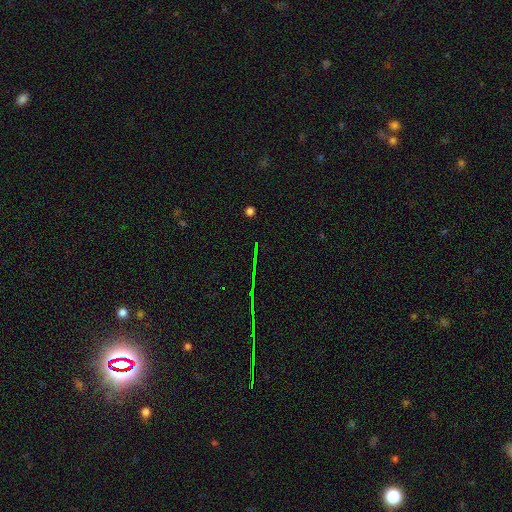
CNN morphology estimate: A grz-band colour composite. It shows a star or artifact, not a galaxy (75%).